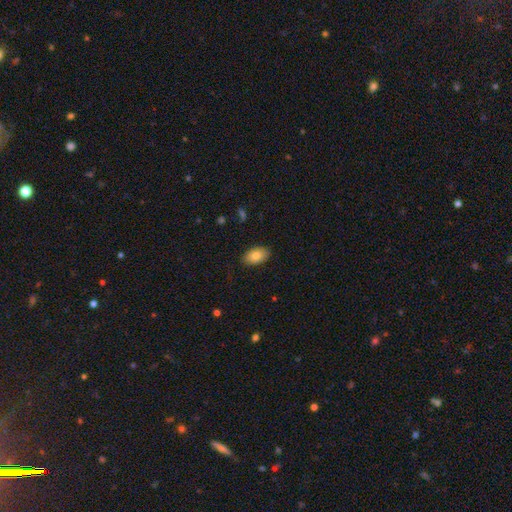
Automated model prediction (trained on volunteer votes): Overall: smooth (81%). How rounded: in between (92%). Merging: none (87%).